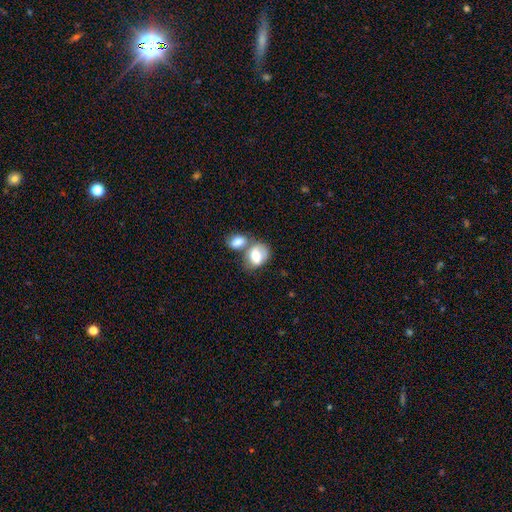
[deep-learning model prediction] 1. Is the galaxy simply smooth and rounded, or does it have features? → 69% smooth, 24% featured or disk, 7% star or artifact.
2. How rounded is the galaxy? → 69% in between, 29% round, 1% cigar-shaped.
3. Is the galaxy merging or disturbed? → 57% merger, 25% none, 12% minor disturbance, 6% major disturbance.